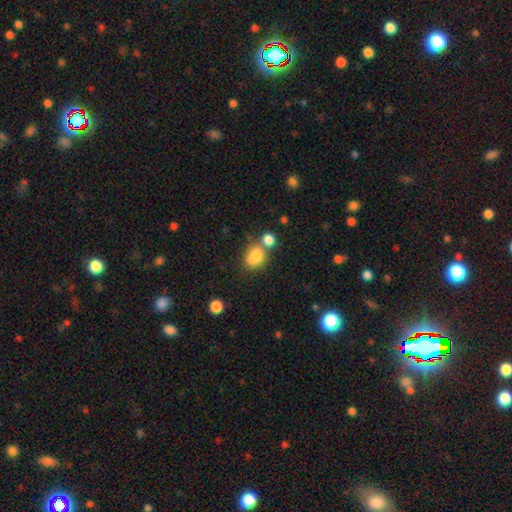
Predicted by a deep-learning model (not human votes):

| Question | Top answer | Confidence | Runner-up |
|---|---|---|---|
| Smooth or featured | smooth | 79% | star or artifact (11%) |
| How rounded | round | 57% | in between (42%) |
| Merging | none | 43% | merger (37%) |